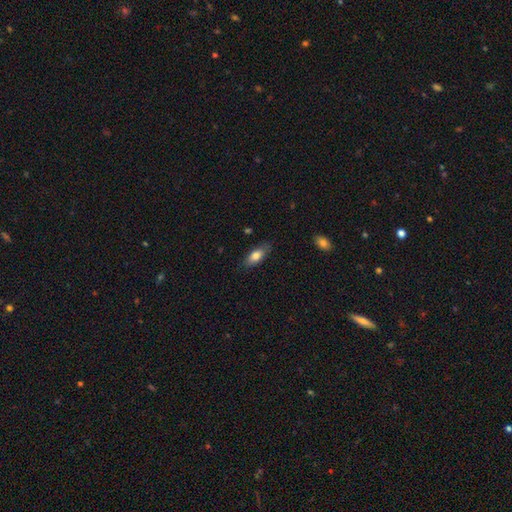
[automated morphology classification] A smooth galaxy with no disk features (77%) that is in between round and cigar-shaped (81%). Merging: none (79%).